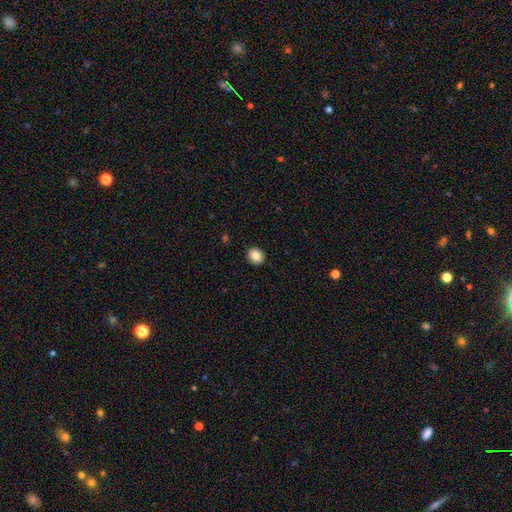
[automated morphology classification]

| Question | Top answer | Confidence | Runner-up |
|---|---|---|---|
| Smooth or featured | smooth | 86% | star or artifact (9%) |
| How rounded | round | 67% | in between (32%) |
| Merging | none | 92% | minor disturbance (6%) |